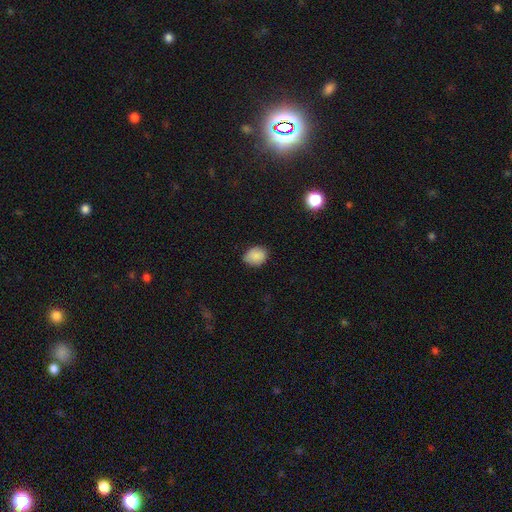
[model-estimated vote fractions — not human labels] smooth_or_featured: smooth (p=0.86) [alt: star or artifact p=0.09]
how_rounded: round (p=0.53) [alt: in between p=0.46]
merging: none (p=0.77) [alt: minor disturbance p=0.19]